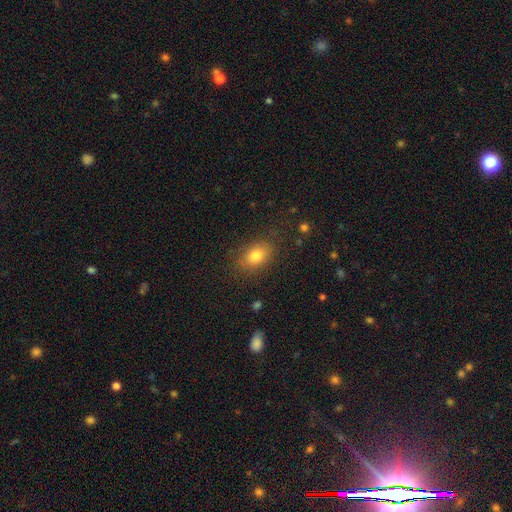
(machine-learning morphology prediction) A smooth galaxy with no disk features (81%) that is in between round and cigar-shaped (75%).

Vote fractions:
- Smooth or featured? smooth: 81% / star or artifact: 10% / featured or disk: 9%
- How rounded? in between: 75% / round: 23% / cigar-shaped: 1%
- Merging? none: 81% / minor disturbance: 13% / major disturbance: 5% / merger: 1%